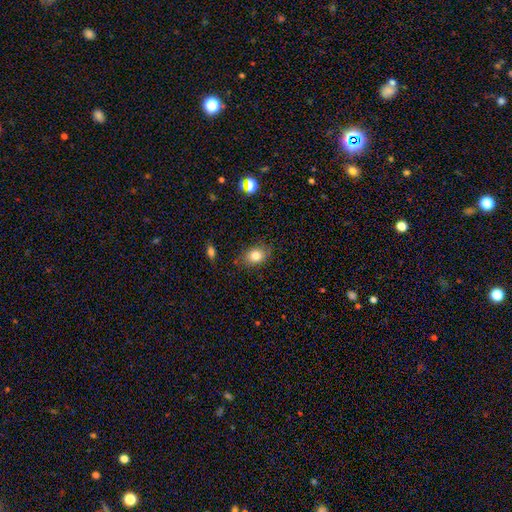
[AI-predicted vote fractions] smooth-or-featured: smooth: 81% | star or artifact: 10% | featured or disk: 9%
  how-rounded: in between: 66% | round: 32% | cigar-shaped: 1%
  merging: none: 80% | minor disturbance: 15% | major disturbance: 3% | merger: 2%